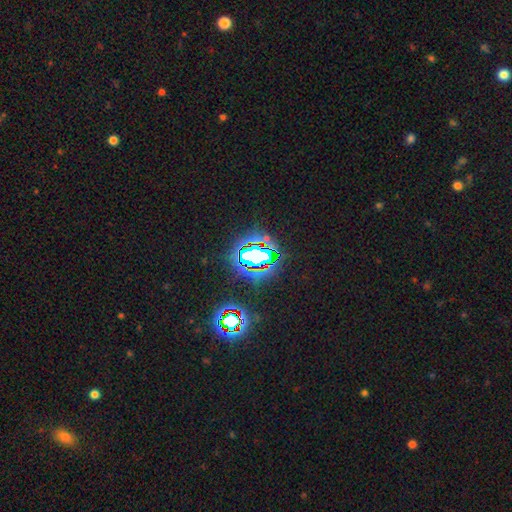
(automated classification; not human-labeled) Smooth or featured?
  - star or artifact: 69% *
  - smooth: 17%
  - featured or disk: 13%